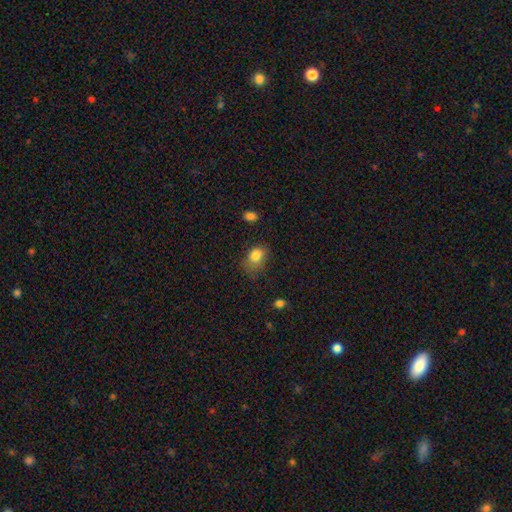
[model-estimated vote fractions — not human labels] Morphology: type=smooth (81%); roundness=in between (71%); merging=none (47%).